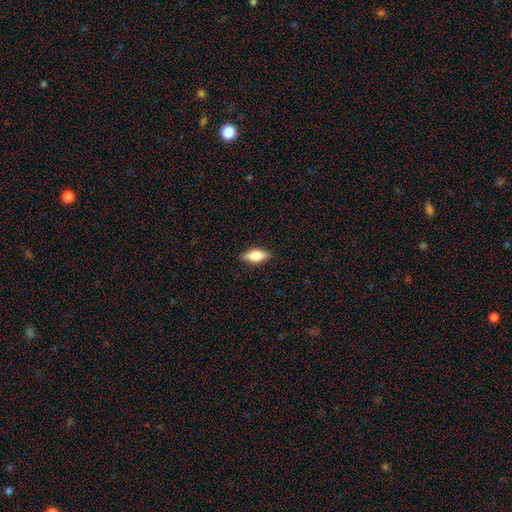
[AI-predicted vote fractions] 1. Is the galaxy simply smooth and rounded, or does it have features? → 72% smooth, 21% featured or disk, 7% star or artifact.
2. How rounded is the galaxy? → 79% in between, 18% cigar-shaped, 3% round.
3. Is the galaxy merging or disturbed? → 86% none, 11% minor disturbance, 2% major disturbance, 1% merger.